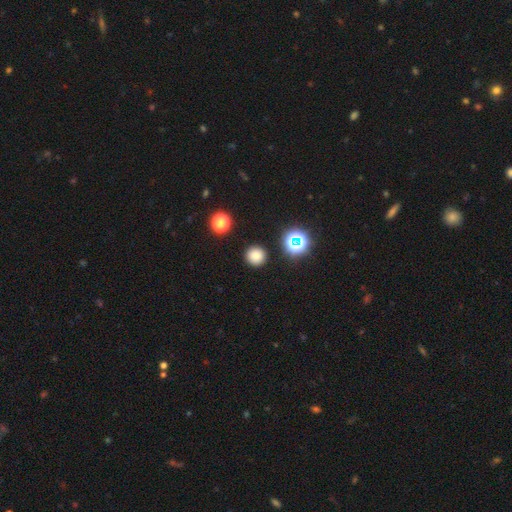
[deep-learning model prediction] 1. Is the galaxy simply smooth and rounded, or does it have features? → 78% smooth, 17% star or artifact, 5% featured or disk.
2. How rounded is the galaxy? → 95% round, 4% in between, 1% cigar-shaped.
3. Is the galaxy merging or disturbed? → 90% none, 5% minor disturbance, 2% major disturbance, 2% merger.